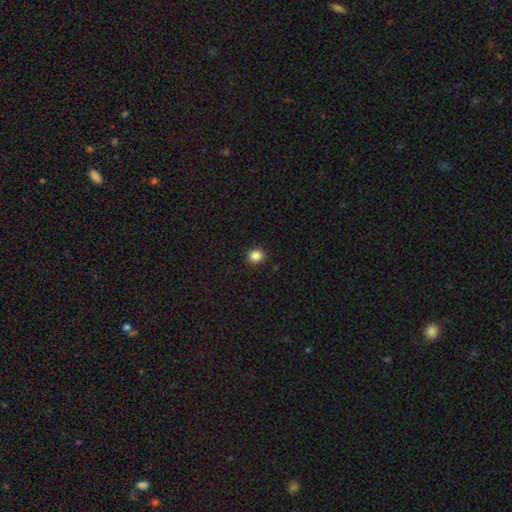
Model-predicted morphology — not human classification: Overall: smooth (86%). How rounded: round (78%). Merging: none (91%).